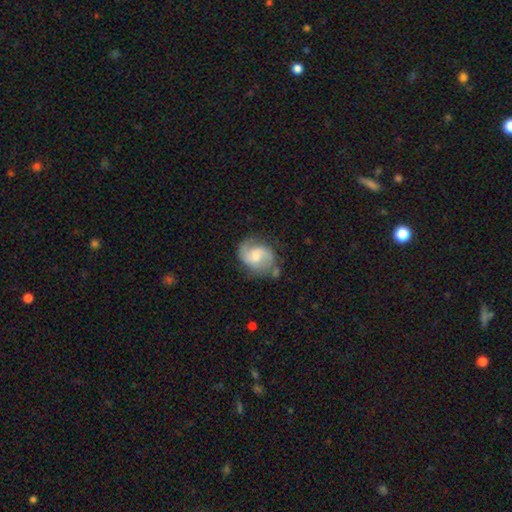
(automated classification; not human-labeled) The model was most divided on "bar": weak: 49%, no: 43%, strong: 9%. More confident: edge-on disk — no (98%); spiral arms — yes (94%); spiral arm count — 2 (85%); smooth or featured — featured or disk (75%); merging — none (64%); bulge size — moderate (52%); spiral winding — medium (51%).